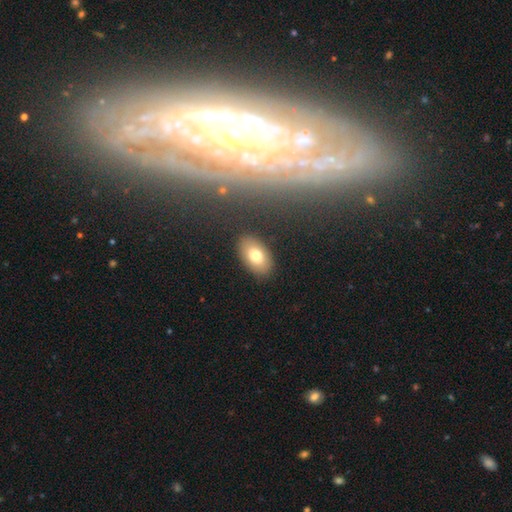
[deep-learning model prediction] smooth 75%, featured or disk 16%, star or artifact 9%. Down the decision tree: how rounded — in between (90%); merging — none (87%).